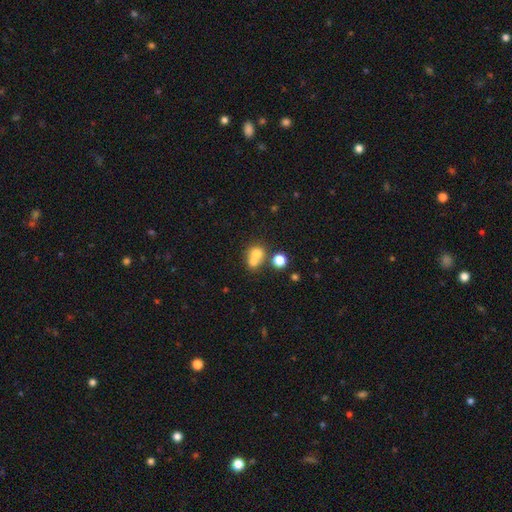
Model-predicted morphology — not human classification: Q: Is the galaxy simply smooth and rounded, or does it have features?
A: smooth — 69%.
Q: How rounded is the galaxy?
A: round — 78%.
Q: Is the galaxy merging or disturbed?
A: merger — 59%.